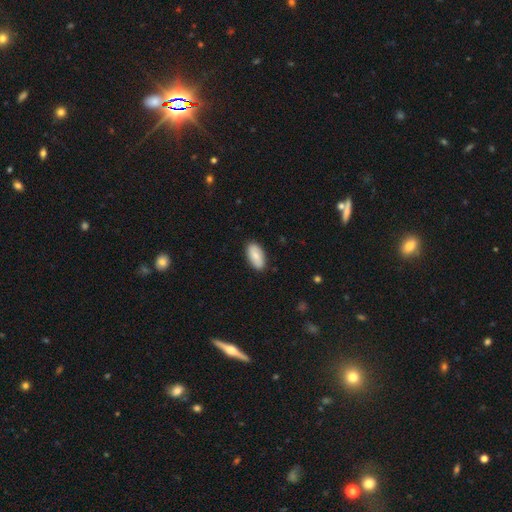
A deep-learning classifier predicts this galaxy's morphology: type=smooth (79%); roundness=in between (92%); merging=none (87%).